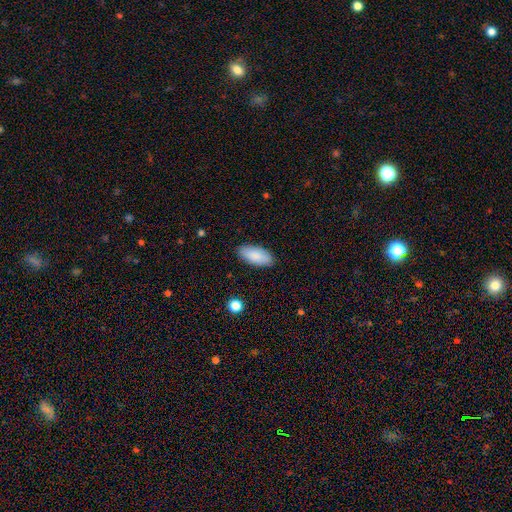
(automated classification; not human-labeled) smooth 88%, star or artifact 6%, featured or disk 6%. Down the decision tree: how rounded — in between (89%); merging — none (87%).